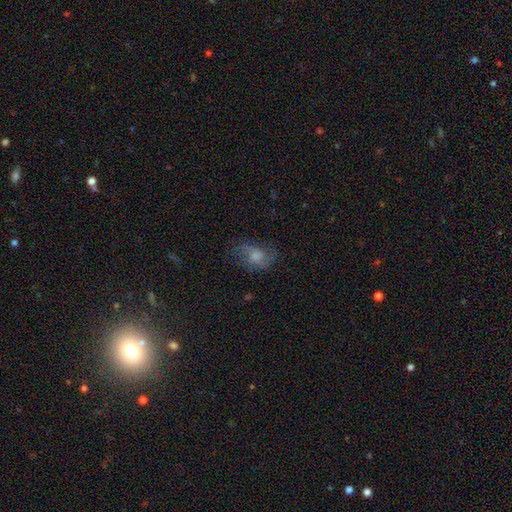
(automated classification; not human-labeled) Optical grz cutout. It shows a featured or disk galaxy (50%). Merging: none (62%).